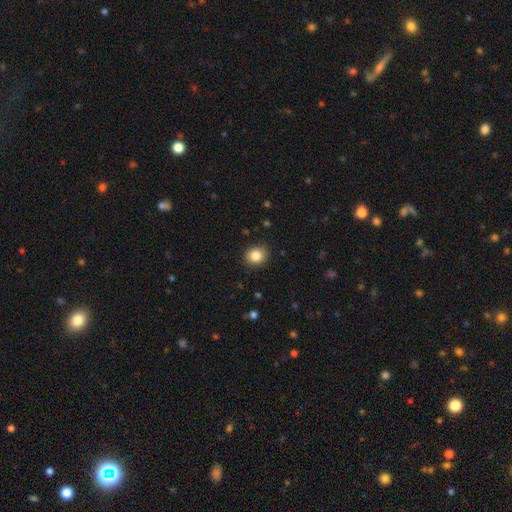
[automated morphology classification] The model was most divided on "how rounded": round: 72%, in between: 27%, cigar-shaped: 1%. More confident: merging — none (89%); smooth or featured — smooth (85%).